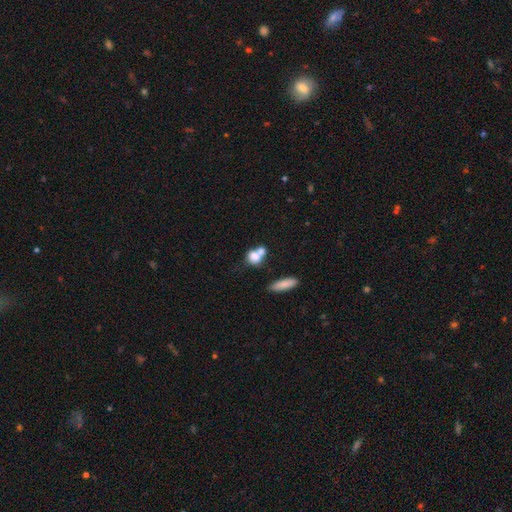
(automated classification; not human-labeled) This appears to be a smooth galaxy with no disk features (75%) that is round (48%). Merging: merger (55%).